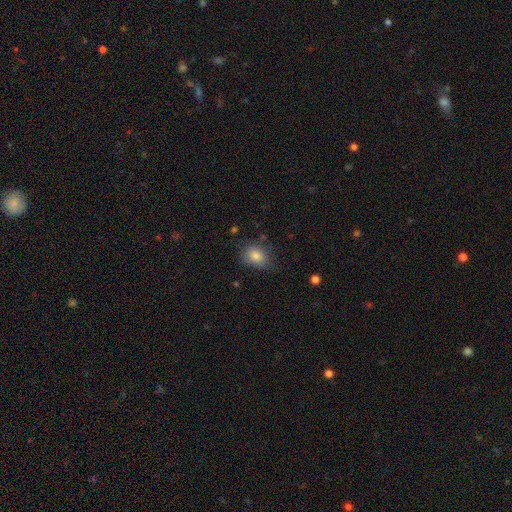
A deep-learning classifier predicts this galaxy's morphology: Smooth or featured? Predicted: smooth (p=0.82). How rounded? Predicted: in between (p=0.63). Merging? Predicted: none (p=0.66).